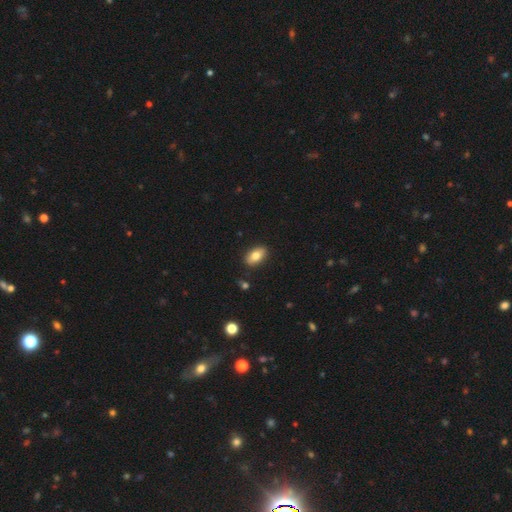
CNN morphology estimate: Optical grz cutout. It shows a smooth galaxy with no disk features (81%) that is in between round and cigar-shaped (91%). Merging: none (88%).